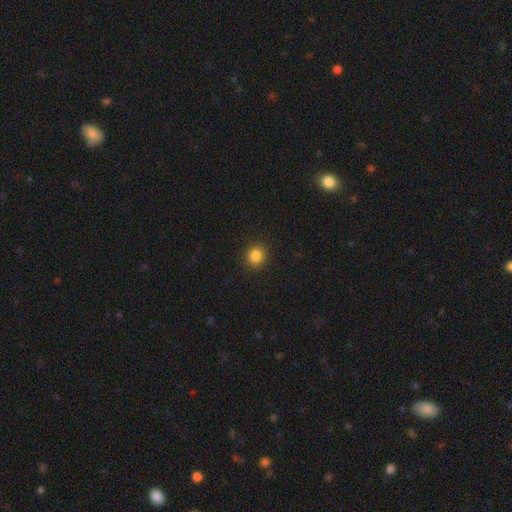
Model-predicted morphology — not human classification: This is clearly a smooth galaxy (85%). How rounded: clearly round (86%). Merging: clearly none (91%).